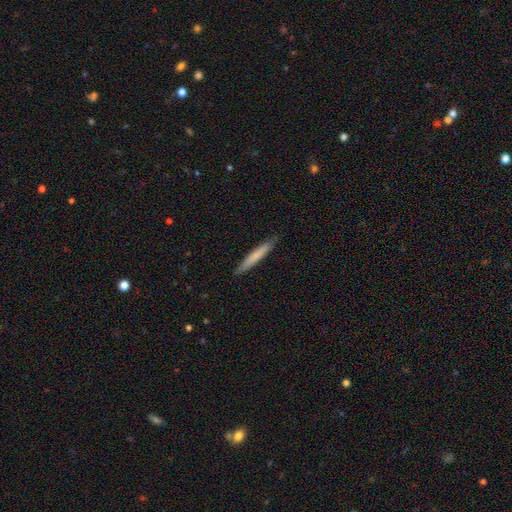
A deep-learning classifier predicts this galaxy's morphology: Q: Smooth or featured?
A: smooth (70%); runner-up: featured or disk (25%)
Q: How rounded?
A: cigar-shaped (96%); runner-up: in between (3%)
Q: Merging?
A: none (89%); runner-up: minor disturbance (9%)